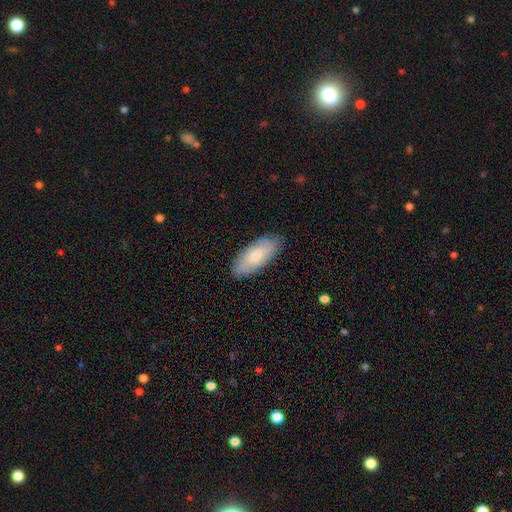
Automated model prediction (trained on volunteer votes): A smooth galaxy with no disk features (65%) that is in between round and cigar-shaped (85%).

Vote fractions:
- Smooth or featured? smooth: 65% / featured or disk: 29% / star or artifact: 6%
- How rounded? in between: 85% / cigar-shaped: 13% / round: 2%
- Merging? none: 84% / minor disturbance: 13% / major disturbance: 2% / merger: 1%